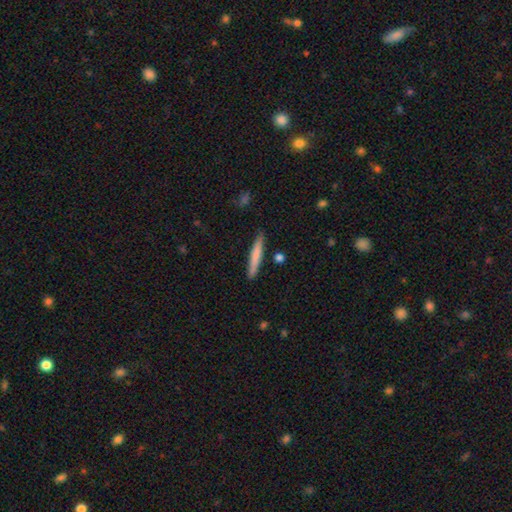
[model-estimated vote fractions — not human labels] This is likely a smooth galaxy (72%). How rounded: clearly cigar-shaped (94%). Merging: clearly none (86%).